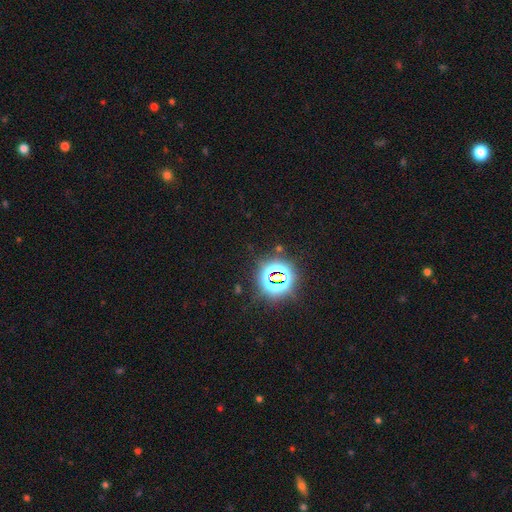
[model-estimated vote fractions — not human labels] smooth_or_featured: star or artifact (p=0.82) [alt: smooth p=0.12]